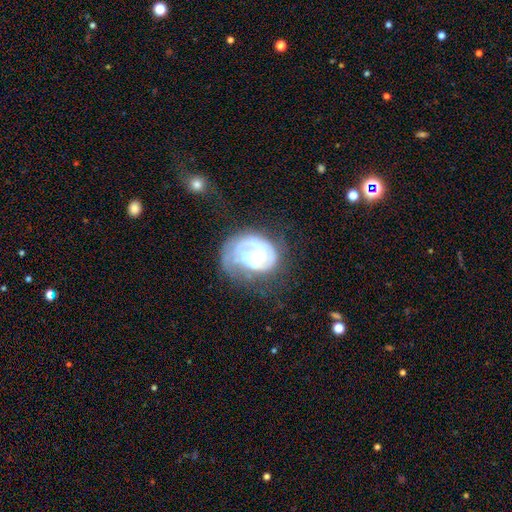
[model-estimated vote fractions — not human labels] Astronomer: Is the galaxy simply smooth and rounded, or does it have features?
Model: featured or disk — 88%.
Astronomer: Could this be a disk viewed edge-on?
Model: no — 98%.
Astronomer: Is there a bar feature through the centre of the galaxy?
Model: no — 54% (runner-up: weak, 39%).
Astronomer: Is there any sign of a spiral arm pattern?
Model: yes — 97%.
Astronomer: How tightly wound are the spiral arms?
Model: tight — 61%.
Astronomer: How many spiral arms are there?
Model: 2 — 54%.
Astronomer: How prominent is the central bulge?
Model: small — 59%.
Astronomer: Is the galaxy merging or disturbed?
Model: none — 53%.